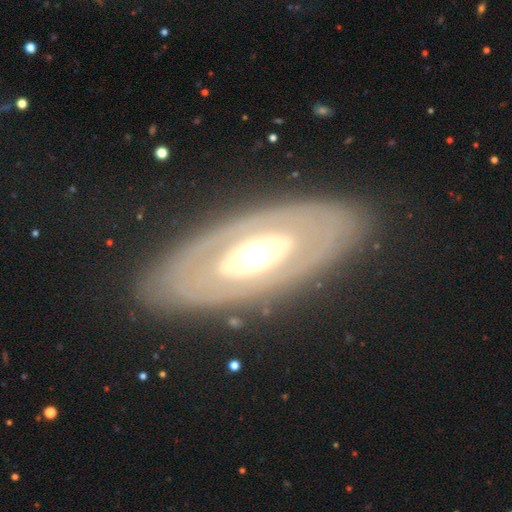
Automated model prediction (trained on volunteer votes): Smooth or featured? featured or disk (74%)
Edge-on disk? no (84%)
Bar? no (83%)
Spiral arms? no (80%)
Bulge size? moderate (57%)
Merging? none (84%)